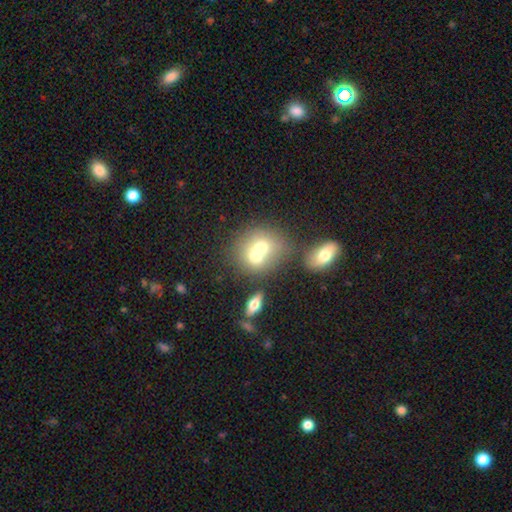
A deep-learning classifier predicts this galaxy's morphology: The model was most divided on "merging": merger: 65%, none: 25%, minor disturbance: 6%, major disturbance: 4%. More confident: how rounded — round (70%); smooth or featured — smooth (65%).